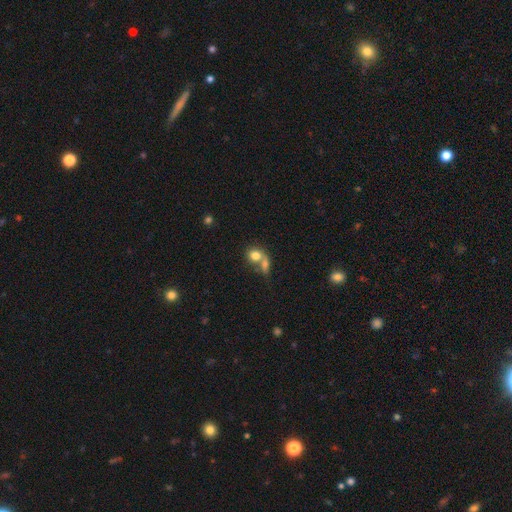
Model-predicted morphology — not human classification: Smooth or featured?
  - smooth: 76% *
  - featured or disk: 14%
  - star or artifact: 9%
How rounded?
  - round: 60% *
  - in between: 38%
  - cigar-shaped: 2%
Merging?
  - merger: 62% *
  - none: 25%
  - minor disturbance: 7%
  - major disturbance: 6%